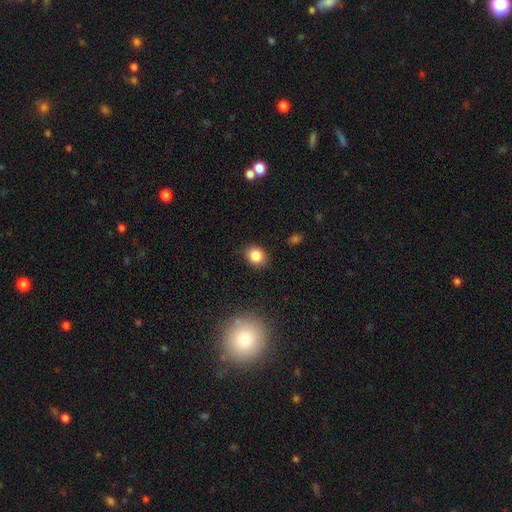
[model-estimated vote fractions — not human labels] smooth 84%, star or artifact 11%, featured or disk 6%. Down the decision tree: how rounded — round (61%); merging — none (87%).